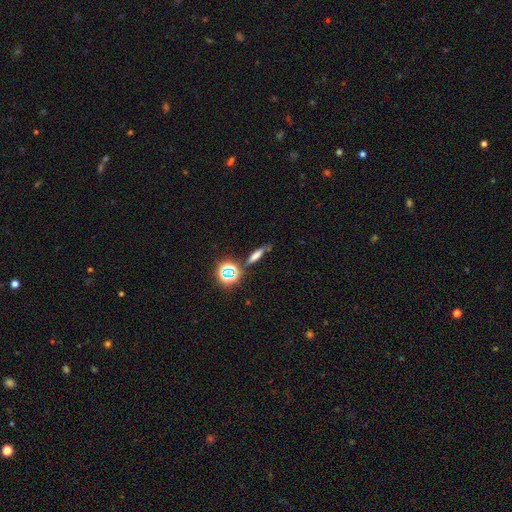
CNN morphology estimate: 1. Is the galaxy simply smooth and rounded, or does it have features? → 59% smooth, 23% star or artifact, 18% featured or disk.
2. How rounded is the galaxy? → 72% cigar-shaped, 20% in between, 8% round.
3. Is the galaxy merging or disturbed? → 72% none, 14% minor disturbance, 8% merger, 5% major disturbance.